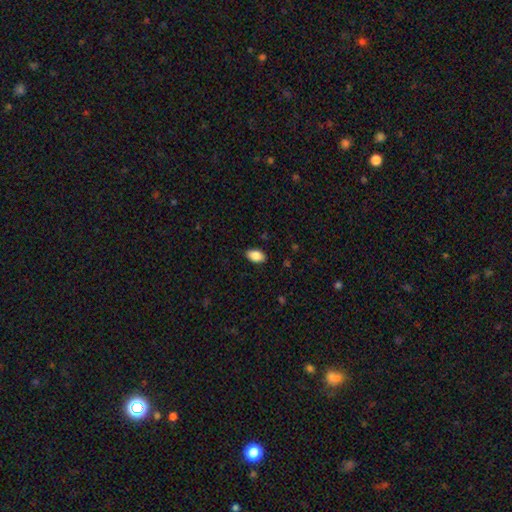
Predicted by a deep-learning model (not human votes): The model was most divided on "merging": none: 88%, minor disturbance: 9%, major disturbance: 2%, merger: 1%. More confident: how rounded — in between (92%); smooth or featured — smooth (88%).